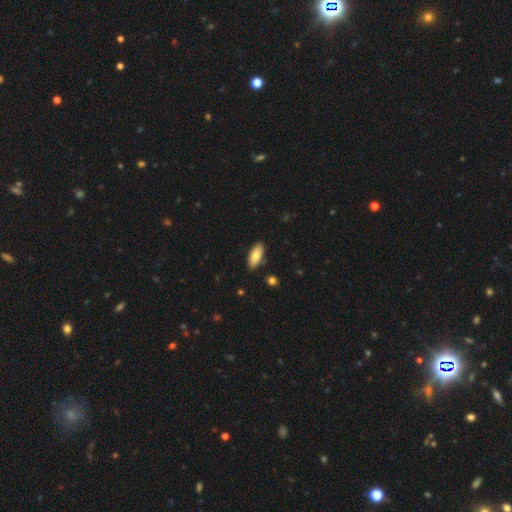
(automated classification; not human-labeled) This appears to be a smooth galaxy with no disk features (81%) that is in between round and cigar-shaped (86%). Merging: none (86%).